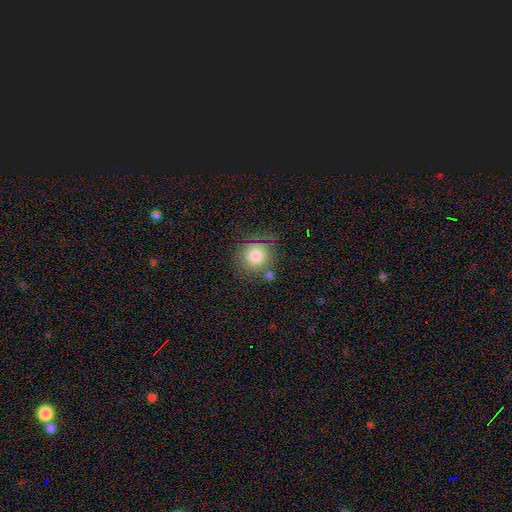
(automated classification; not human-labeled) Morphology: type=smooth (80%); roundness=round (89%); merging=none (69%).